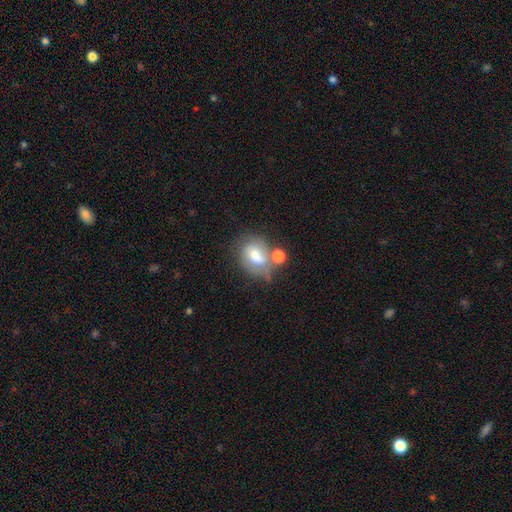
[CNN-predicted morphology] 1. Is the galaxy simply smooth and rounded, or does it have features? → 53% smooth, 35% featured or disk, 12% star or artifact.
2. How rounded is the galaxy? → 63% in between, 36% round, 2% cigar-shaped.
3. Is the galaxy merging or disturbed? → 43% none, 24% merger, 21% minor disturbance, 11% major disturbance.